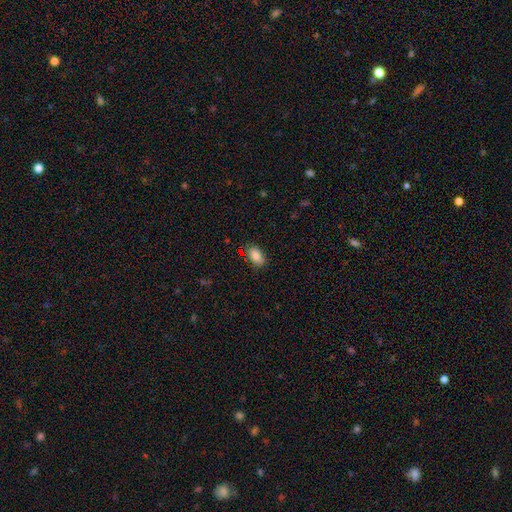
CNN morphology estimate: Smooth or featured: smooth — 83% (star or artifact — 10%)
How rounded: in between — 89% (round — 8%)
Merging: none — 80% (minor disturbance — 15%)